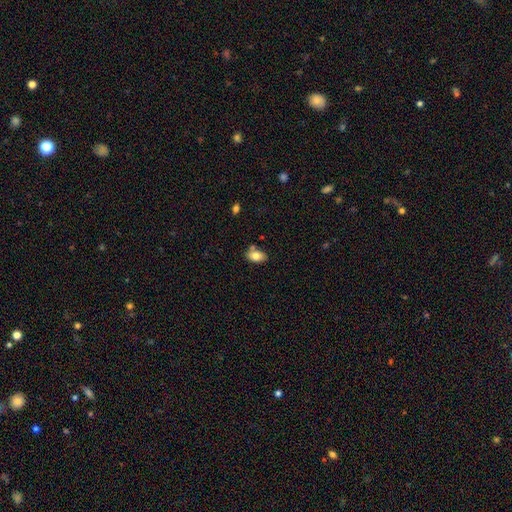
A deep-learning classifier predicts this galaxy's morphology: This is clearly a smooth galaxy (80%). How rounded: clearly in between (90%). Merging: likely none (68%).